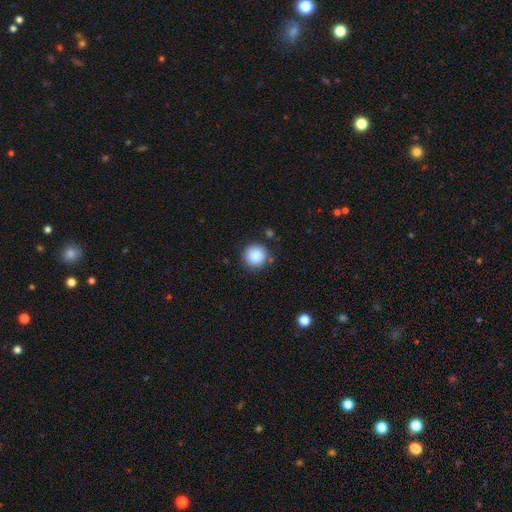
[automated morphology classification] This is clearly a smooth galaxy (87%). How rounded: clearly round (95%). Merging: clearly none (85%).